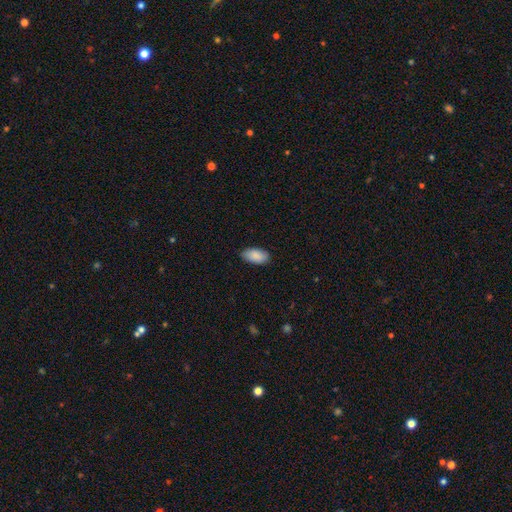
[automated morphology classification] The model was most divided on "merging": none: 86%, minor disturbance: 11%, major disturbance: 2%, merger: 1%. More confident: how rounded — in between (95%); smooth or featured — smooth (89%).